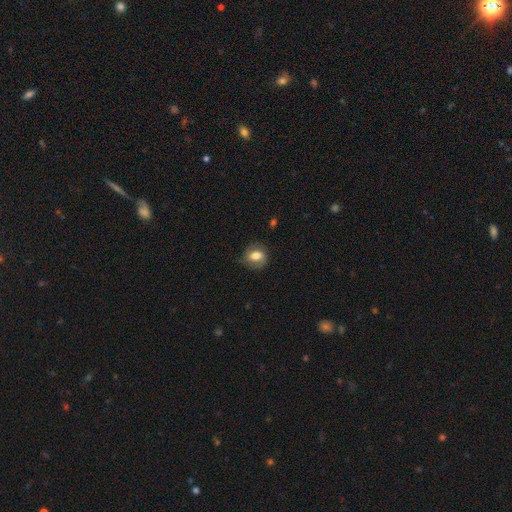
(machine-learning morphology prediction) smooth_or_featured: smooth (p=0.62) [alt: featured or disk p=0.29]
how_rounded: round (p=0.51) [alt: in between p=0.48]
merging: none (p=0.71) [alt: minor disturbance p=0.20]